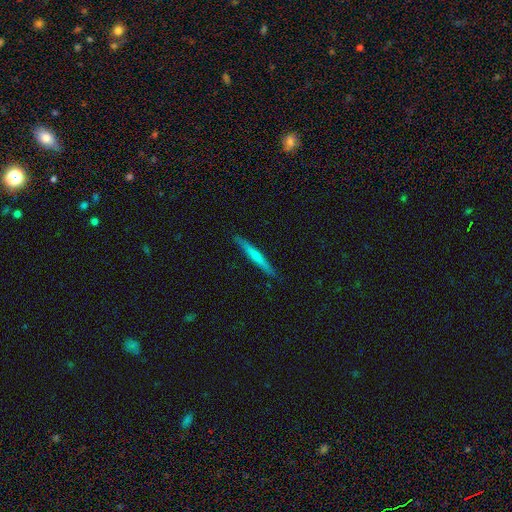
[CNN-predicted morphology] A featured or disk galaxy (56%) viewed edge-on (97%) with a rounded central bulge (49%). Merging: none (91%).